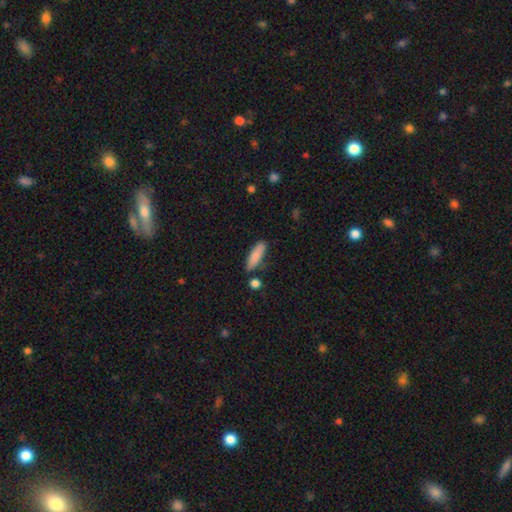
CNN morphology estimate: Smooth or featured? Predicted: smooth (p=0.85). How rounded? Predicted: cigar-shaped (p=0.51). Merging? Predicted: none (p=0.76).